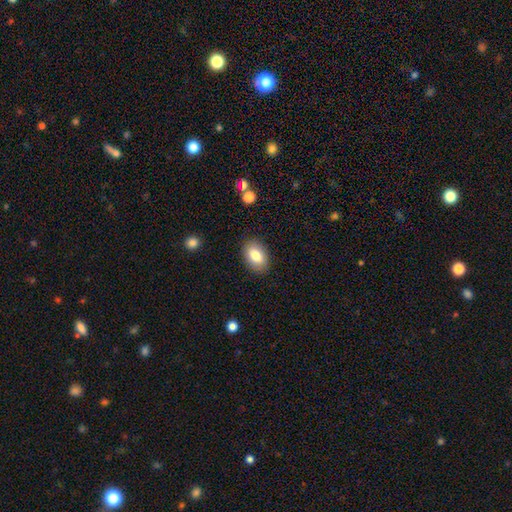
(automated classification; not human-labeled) This appears to be a smooth galaxy with no disk features (83%) that is in between round and cigar-shaped (87%). Merging: none (87%).